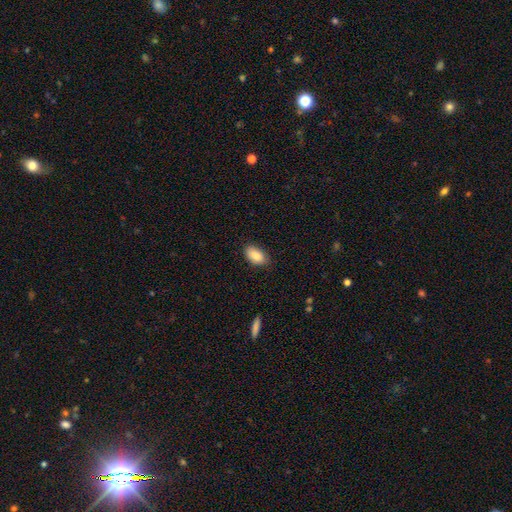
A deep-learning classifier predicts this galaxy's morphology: The model was most divided on "merging": none: 82%, minor disturbance: 14%, major disturbance: 3%, merger: 1%. More confident: how rounded — in between (93%); smooth or featured — smooth (88%).